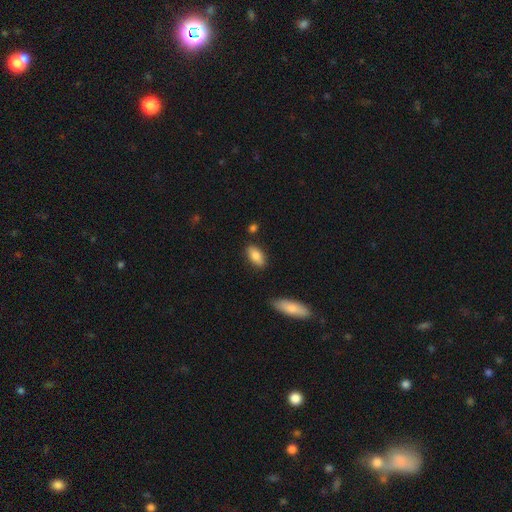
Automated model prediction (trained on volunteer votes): Smooth or featured?
  - smooth: 83% *
  - featured or disk: 10%
  - star or artifact: 7%
How rounded?
  - in between: 89% *
  - cigar-shaped: 8%
  - round: 3%
Merging?
  - none: 83% *
  - minor disturbance: 11%
  - merger: 3%
  - major disturbance: 2%